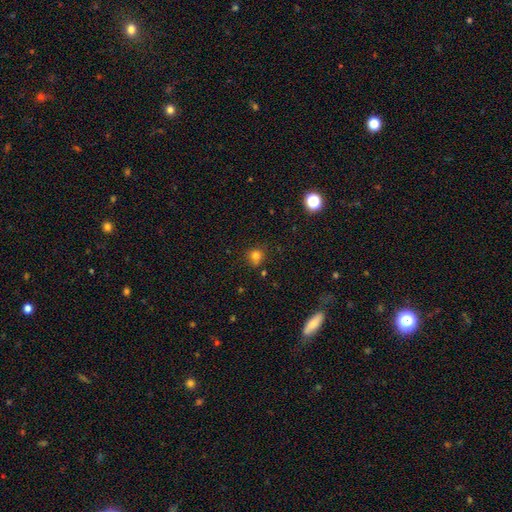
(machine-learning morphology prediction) This appears to be a smooth galaxy with no disk features (78%) that is round (83%). Merging: none (72%).